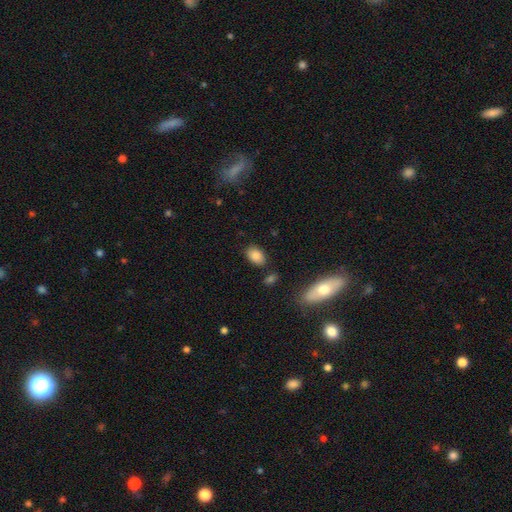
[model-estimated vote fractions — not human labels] This appears to be a smooth galaxy with no disk features (86%) that is in between round and cigar-shaped (86%). Merging: none (80%).